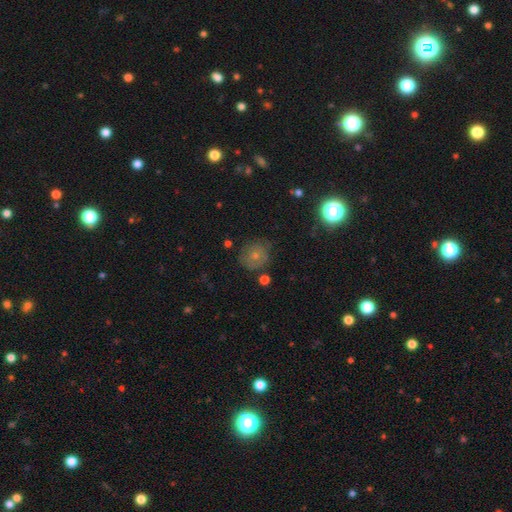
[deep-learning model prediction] smooth 67%, featured or disk 21%, star or artifact 12%. Down the decision tree: how rounded — round (83%); merging — none (69%).